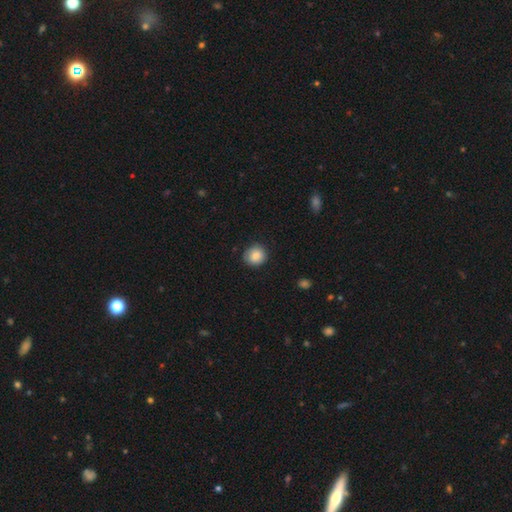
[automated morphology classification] Smooth or featured: smooth — 80% (featured or disk — 11%)
How rounded: round — 87% (in between — 12%)
Merging: none — 83% (minor disturbance — 14%)